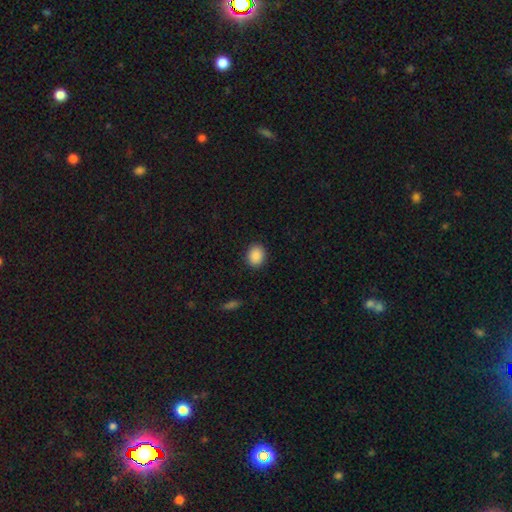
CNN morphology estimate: smooth_or_featured: smooth (p=0.89) [alt: star or artifact p=0.08]
how_rounded: round (p=0.51) [alt: in between p=0.48]
merging: none (p=0.89) [alt: minor disturbance p=0.08]